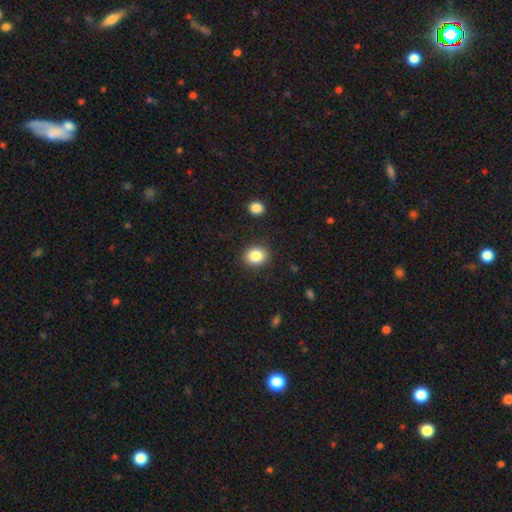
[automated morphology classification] smooth 85%, star or artifact 9%, featured or disk 5%. Down the decision tree: how rounded — round (61%); merging — none (89%).